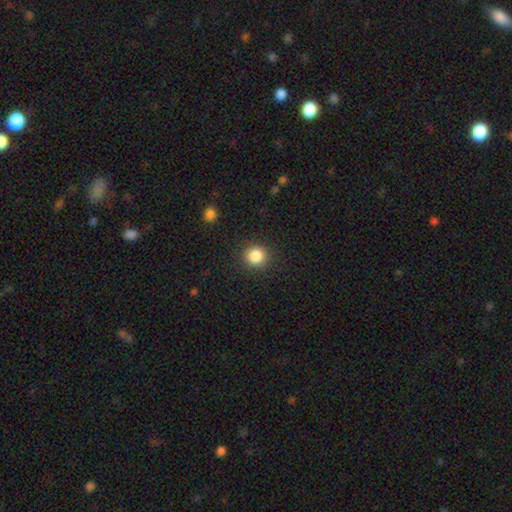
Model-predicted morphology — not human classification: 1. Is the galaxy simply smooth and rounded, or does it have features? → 86% smooth, 10% star or artifact, 4% featured or disk.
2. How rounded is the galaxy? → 91% round, 8% in between, 1% cigar-shaped.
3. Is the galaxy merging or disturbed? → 90% none, 6% minor disturbance, 2% major disturbance, 1% merger.